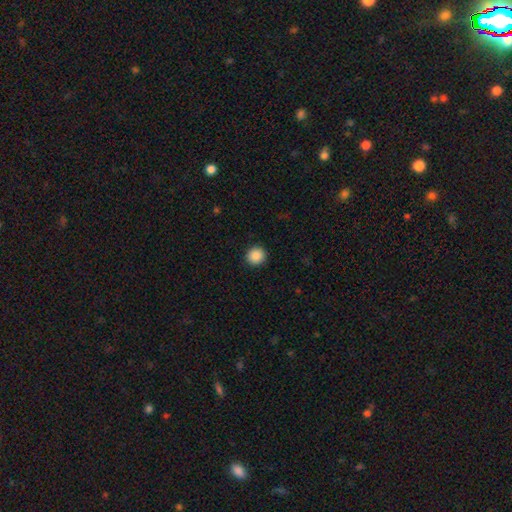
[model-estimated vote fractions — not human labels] smooth-or-featured: smooth: 89% | star or artifact: 9% | featured or disk: 2%
  how-rounded: round: 92% | in between: 7% | cigar-shaped: 1%
  merging: none: 92% | minor disturbance: 5% | major disturbance: 2% | merger: 1%